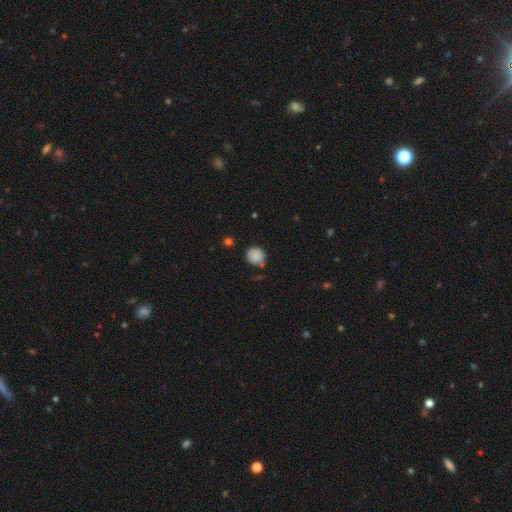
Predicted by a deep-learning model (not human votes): Smooth or featured? smooth (85%)
How rounded? round (85%)
Merging? none (69%)